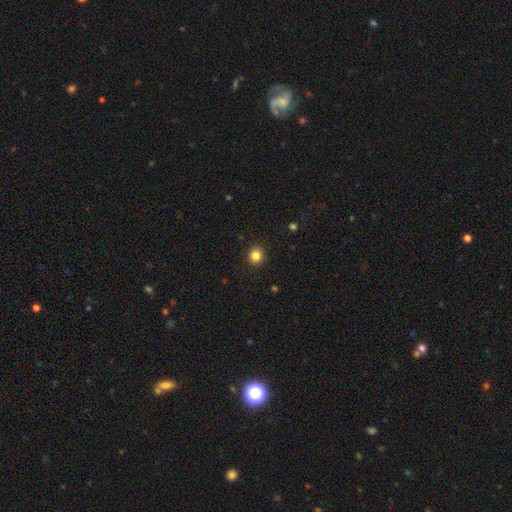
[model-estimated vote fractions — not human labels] Smooth or featured?
  - smooth: 84% *
  - star or artifact: 11%
  - featured or disk: 4%
How rounded?
  - round: 86% *
  - in between: 13%
  - cigar-shaped: 1%
Merging?
  - none: 92% *
  - minor disturbance: 6%
  - major disturbance: 2%
  - merger: 1%